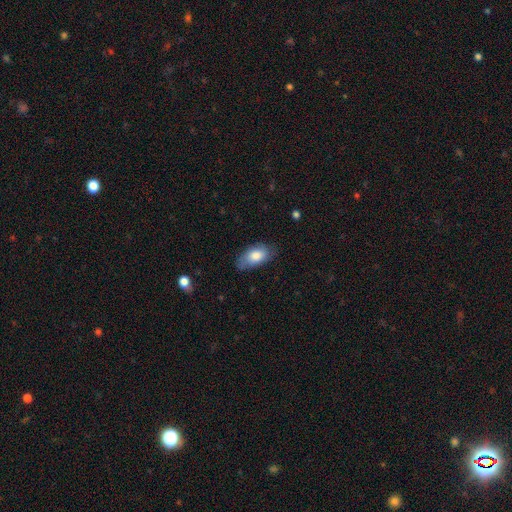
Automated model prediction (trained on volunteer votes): A smooth galaxy with no disk features (79%) that is in between round and cigar-shaped (92%). Merging: none (69%).